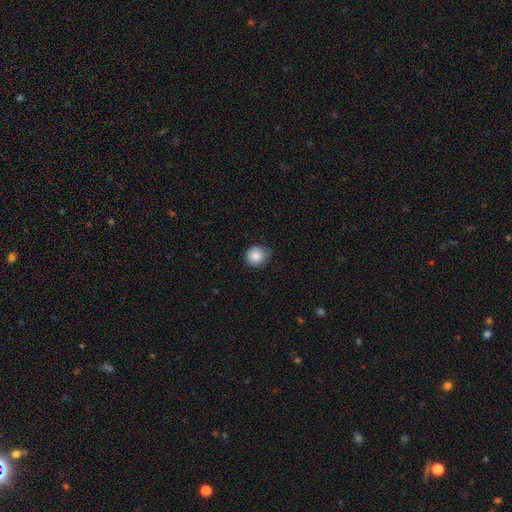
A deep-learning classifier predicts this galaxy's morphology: Q: Smooth or featured?
A: smooth (86%); runner-up: star or artifact (9%)
Q: How rounded?
A: round (89%); runner-up: in between (10%)
Q: Merging?
A: none (74%); runner-up: minor disturbance (21%)